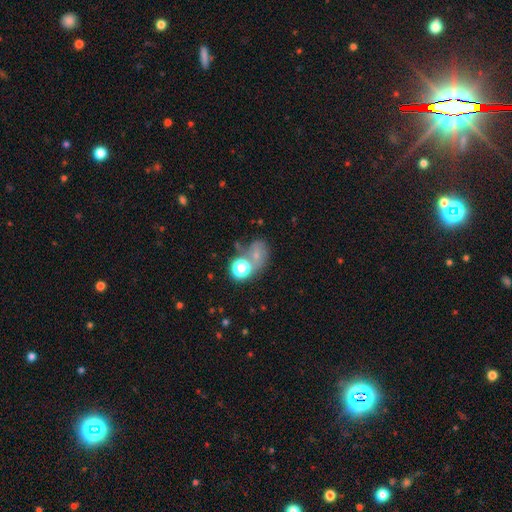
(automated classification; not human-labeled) The model was most divided on "merging": none: 40%, merger: 27%, minor disturbance: 17%, major disturbance: 16%. Remaining: smooth or featured — smooth (48%).